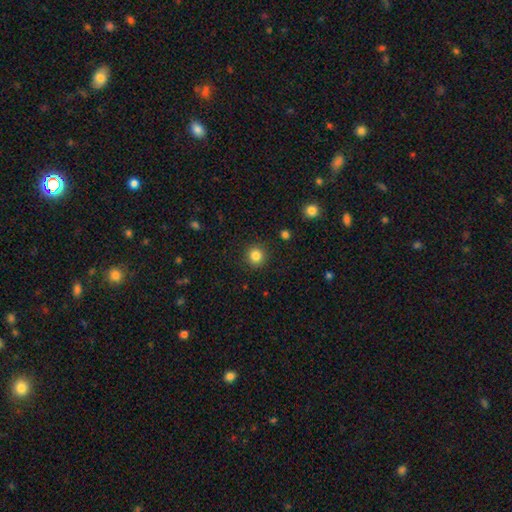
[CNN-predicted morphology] smooth-or-featured: smooth: 85% | star or artifact: 11% | featured or disk: 4%
  how-rounded: round: 92% | in between: 7% | cigar-shaped: 1%
  merging: none: 91% | minor disturbance: 6% | major disturbance: 2% | merger: 1%